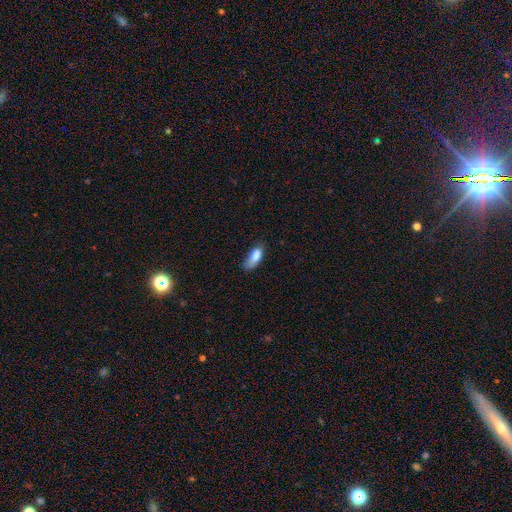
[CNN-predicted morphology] smooth_or_featured: smooth (p=0.82) [alt: featured or disk p=0.10]
how_rounded: in between (p=0.81) [alt: cigar-shaped p=0.16]
merging: none (p=0.44) [alt: minor disturbance p=0.38]